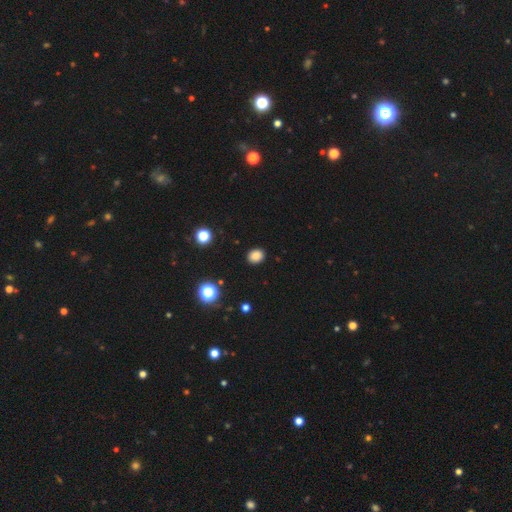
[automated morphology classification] Overall: smooth (85%). How rounded: round (56%; in between 43%). Merging: none (90%).